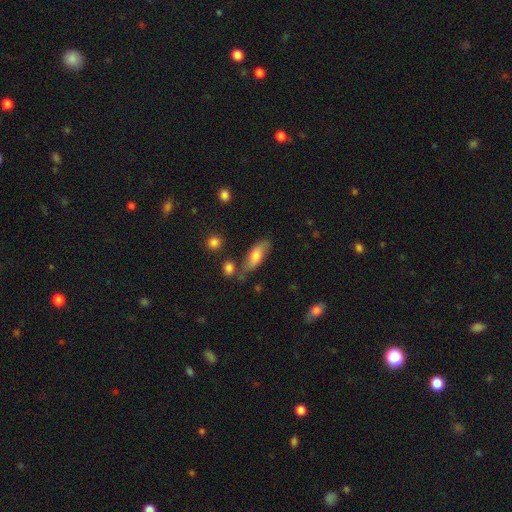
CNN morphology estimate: The model was most divided on "smooth or featured": smooth: 64%, featured or disk: 28%, star or artifact: 7%. More confident: how rounded — in between (74%); merging — none (60%).